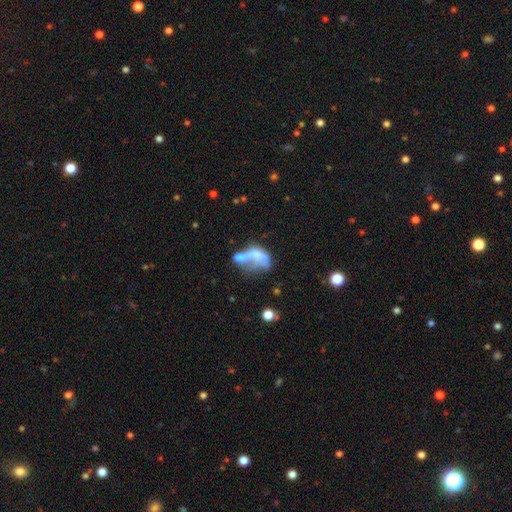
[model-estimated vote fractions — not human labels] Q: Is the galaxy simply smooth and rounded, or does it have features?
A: featured or disk — 44%.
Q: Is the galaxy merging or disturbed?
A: merger — 47%.